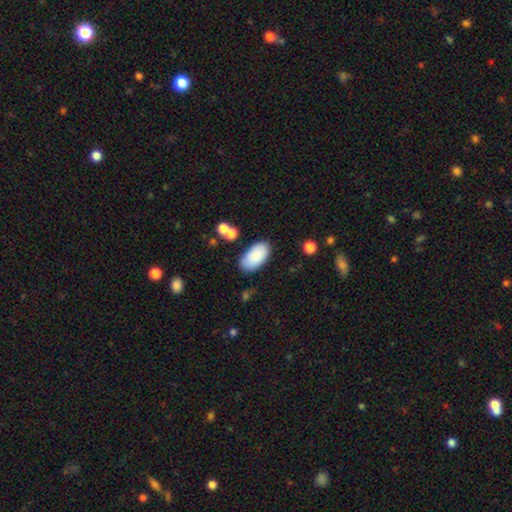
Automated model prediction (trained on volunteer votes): smooth-or-featured: smooth: 88% | star or artifact: 7% | featured or disk: 6%
  how-rounded: in between: 95% | round: 3% | cigar-shaped: 2%
  merging: none: 80% | minor disturbance: 13% | merger: 4% | major disturbance: 3%